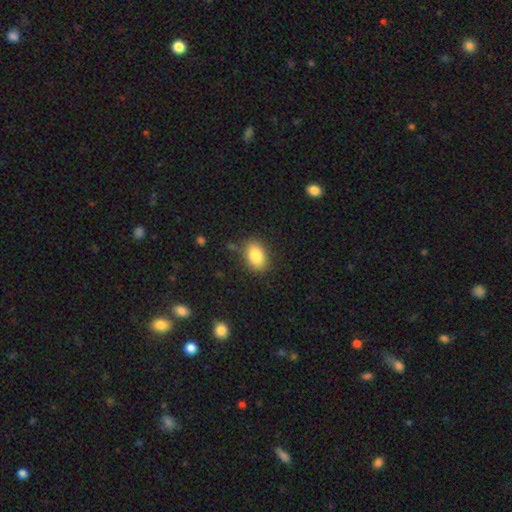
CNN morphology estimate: Overall: smooth (85%). How rounded: in between (84%). Merging: none (82%).